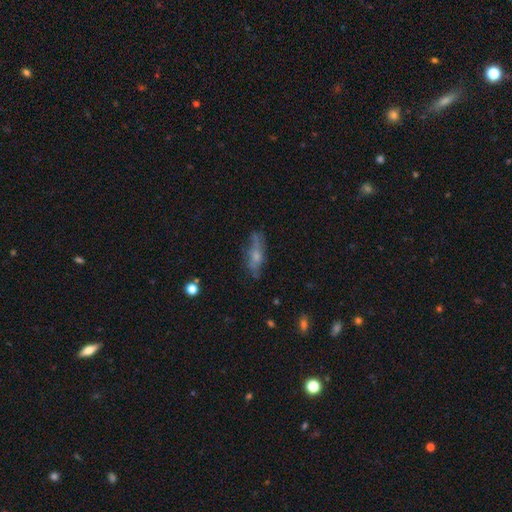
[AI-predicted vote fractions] Smooth or featured? Predicted: featured or disk (p=0.51). Edge-on disk? Predicted: no (p=0.51). Merging? Predicted: none (p=0.64).